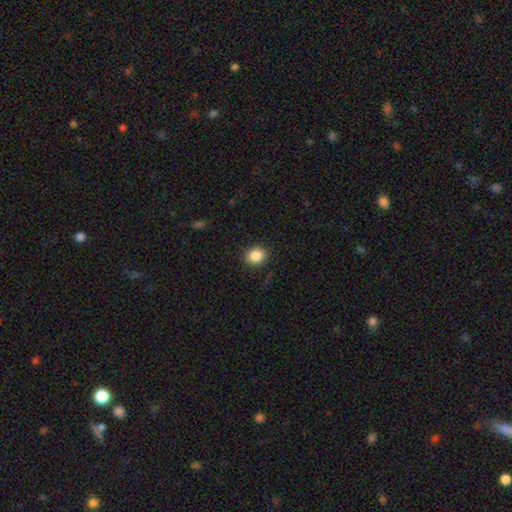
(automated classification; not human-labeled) This appears to be a smooth galaxy with no disk features (87%) that is round (67%). Merging: none (89%).